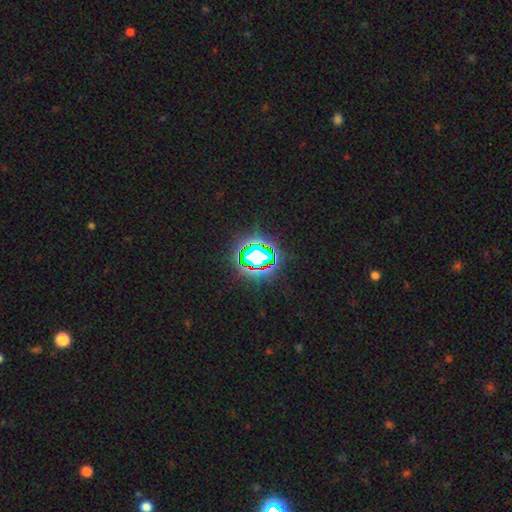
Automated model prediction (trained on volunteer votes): Smooth or featured? star or artifact (71%)